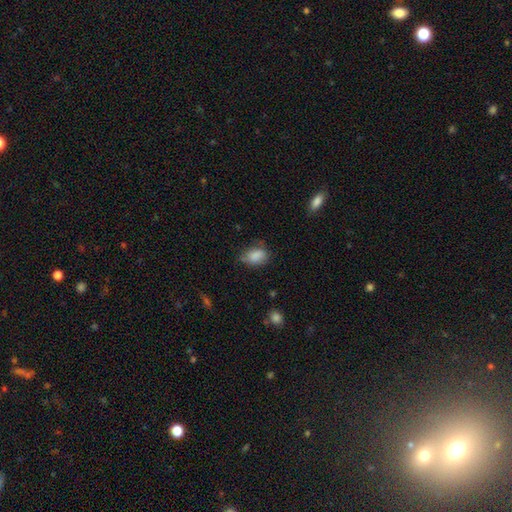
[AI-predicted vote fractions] This is clearly a smooth galaxy (85%). How rounded: clearly in between (80%). Merging: possibly none (60%).